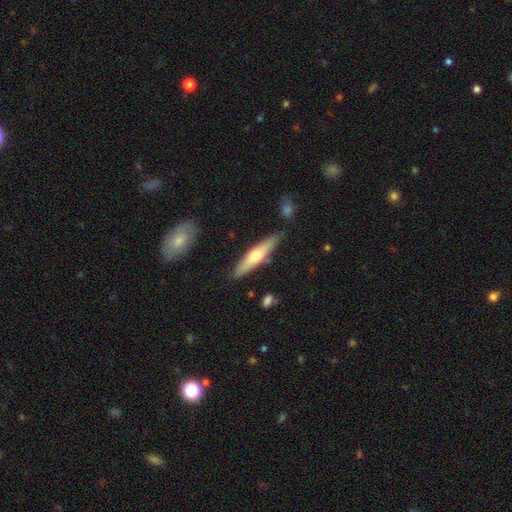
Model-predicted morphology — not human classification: Smooth or featured? Predicted: smooth (p=0.48). Merging? Predicted: none (p=0.83).